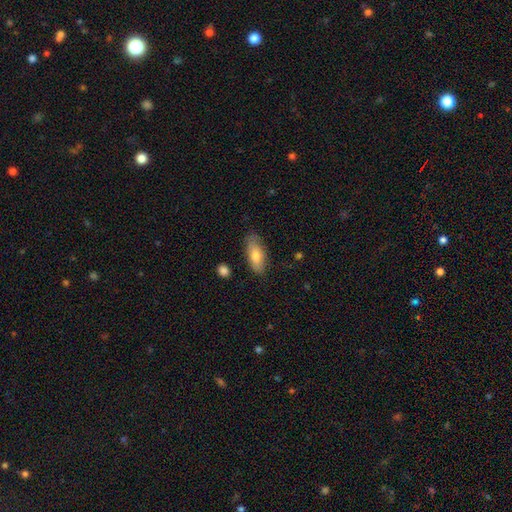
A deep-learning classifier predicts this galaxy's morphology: type=smooth (78%); roundness=in between (77%); merging=none (79%).